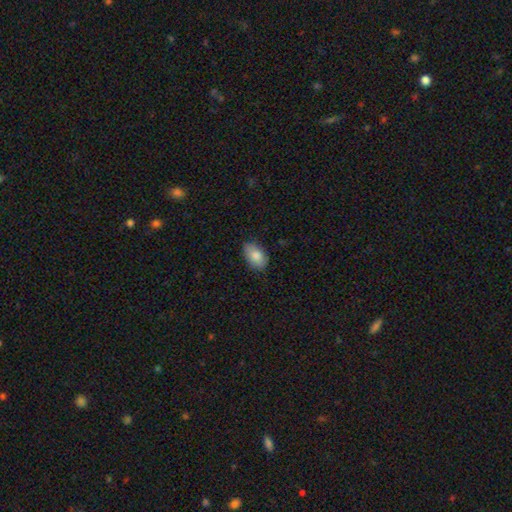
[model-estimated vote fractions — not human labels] Smooth or featured? Predicted: smooth (p=0.85). How rounded? Predicted: in between (p=0.91). Merging? Predicted: none (p=0.82).